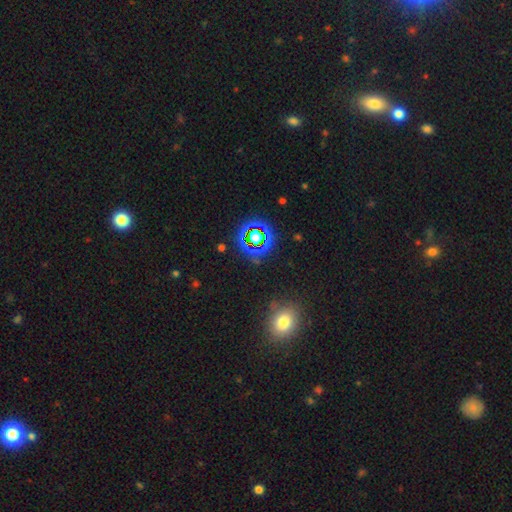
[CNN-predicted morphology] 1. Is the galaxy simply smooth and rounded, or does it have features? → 52% smooth, 40% star or artifact, 8% featured or disk.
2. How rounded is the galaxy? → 73% round, 24% in between, 2% cigar-shaped.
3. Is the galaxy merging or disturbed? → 85% none, 7% minor disturbance, 4% merger, 3% major disturbance.